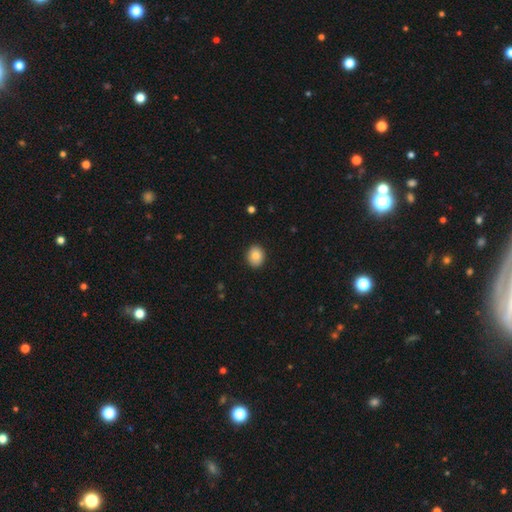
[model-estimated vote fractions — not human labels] Smooth or featured? smooth (83%)
How rounded? round (62%)
Merging? none (90%)